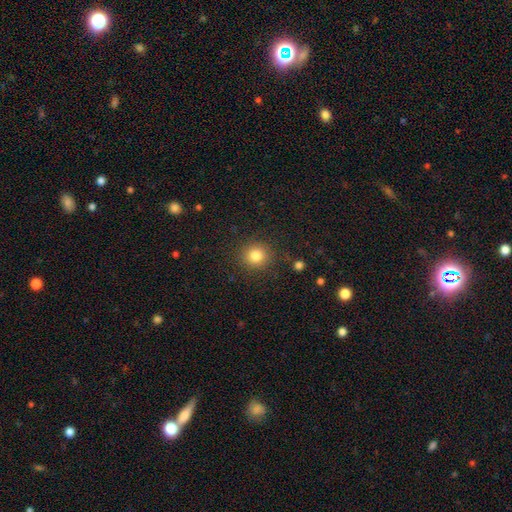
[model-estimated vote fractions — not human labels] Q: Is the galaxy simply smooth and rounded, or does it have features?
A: smooth — 82%.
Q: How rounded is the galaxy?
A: round — 90%.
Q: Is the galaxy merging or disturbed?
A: none — 89%.